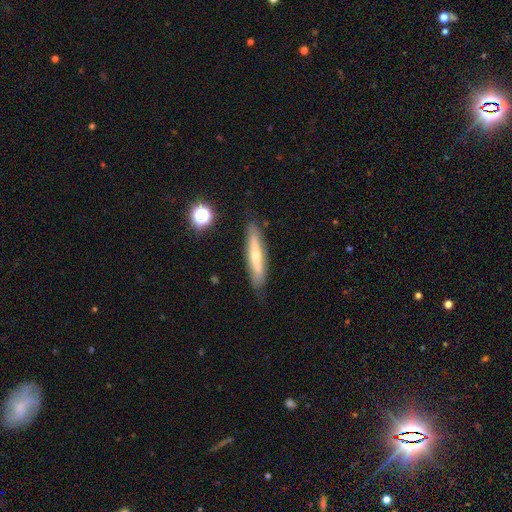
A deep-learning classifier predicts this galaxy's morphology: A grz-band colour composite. It shows a featured or disk galaxy (52%) viewed edge-on (79%). Merging: none (82%).